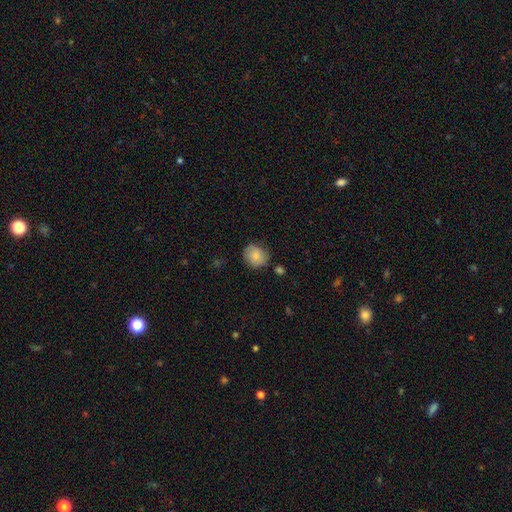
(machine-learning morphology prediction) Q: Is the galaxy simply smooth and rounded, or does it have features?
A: smooth — 80%.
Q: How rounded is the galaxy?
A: round — 78%.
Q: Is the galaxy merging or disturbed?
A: none — 73%.